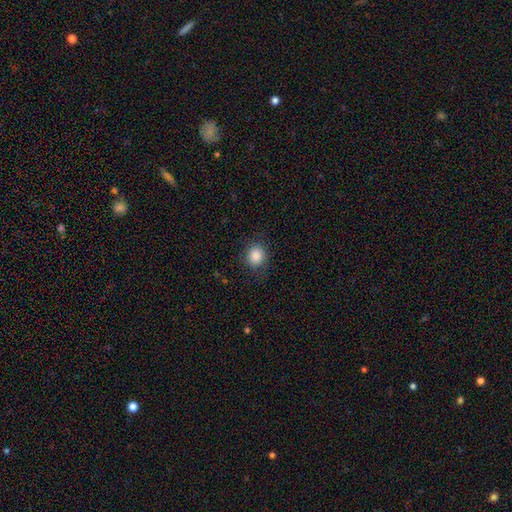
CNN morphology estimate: type=smooth (86%); roundness=round (77%); merging=none (83%).